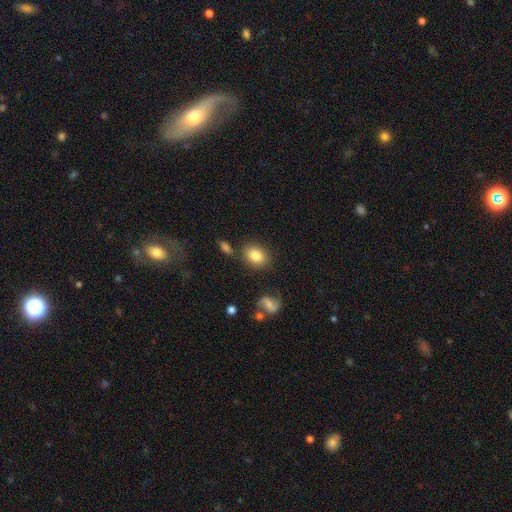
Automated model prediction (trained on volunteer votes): Smooth or featured?
  - smooth: 82% *
  - featured or disk: 9%
  - star or artifact: 9%
How rounded?
  - in between: 57% *
  - round: 42%
  - cigar-shaped: 1%
Merging?
  - none: 78% *
  - minor disturbance: 13%
  - merger: 5%
  - major disturbance: 4%